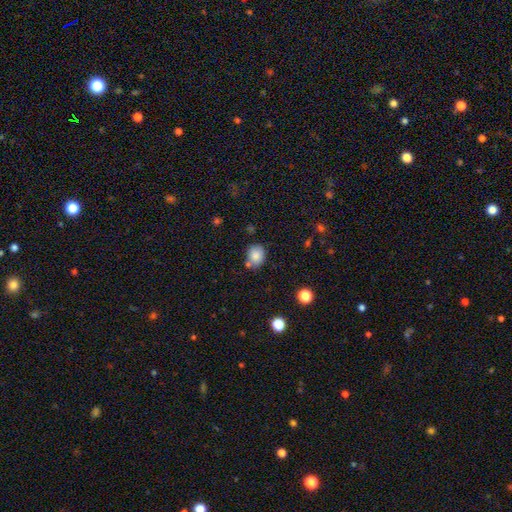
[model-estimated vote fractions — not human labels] A smooth galaxy with no disk features (84%) that is round (59%).

Vote fractions:
- Smooth or featured? smooth: 84% / star or artifact: 10% / featured or disk: 6%
- How rounded? round: 59% / in between: 40% / cigar-shaped: 1%
- Merging? none: 68% / minor disturbance: 16% / merger: 12% / major disturbance: 4%